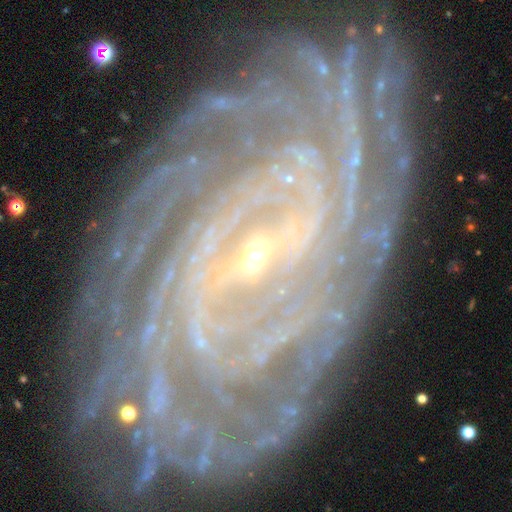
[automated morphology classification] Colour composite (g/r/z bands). It shows a featured or disk galaxy (91%) with a weak bar (39%), more than 4 (21%) tight (77%) spiral arms (98%) and a small central bulge (79%). Merging: none (72%).